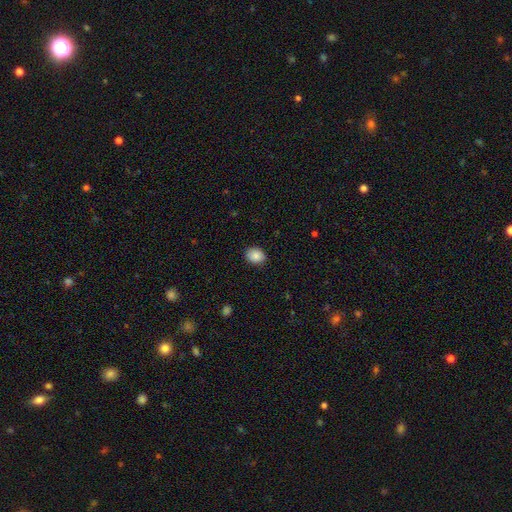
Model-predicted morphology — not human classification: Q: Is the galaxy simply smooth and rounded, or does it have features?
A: smooth — 88%.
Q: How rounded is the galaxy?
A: in between — 55%.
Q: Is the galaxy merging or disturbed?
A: none — 87%.